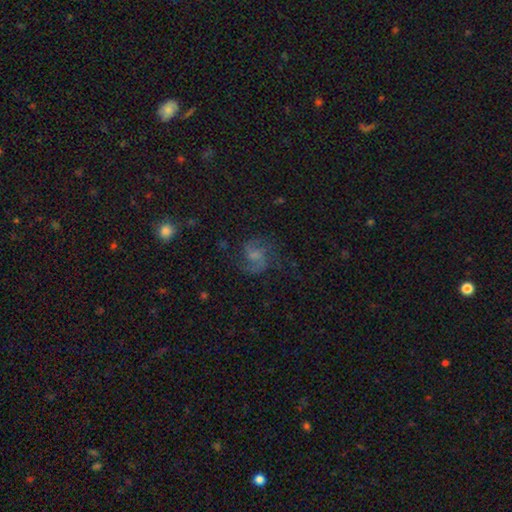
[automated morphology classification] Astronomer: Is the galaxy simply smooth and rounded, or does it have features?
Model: featured or disk — 69%.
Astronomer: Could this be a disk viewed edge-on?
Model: no — 98%.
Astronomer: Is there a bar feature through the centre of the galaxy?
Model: no — 53% (runner-up: weak, 39%).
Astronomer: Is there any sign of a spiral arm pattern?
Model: yes — 92%.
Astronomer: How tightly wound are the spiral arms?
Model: medium — 50% (runner-up: loose, 37%).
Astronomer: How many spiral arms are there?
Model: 2 — 76%.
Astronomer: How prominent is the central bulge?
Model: none — 35% (runner-up: small, 32%).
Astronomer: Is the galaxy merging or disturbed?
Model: none — 63%.